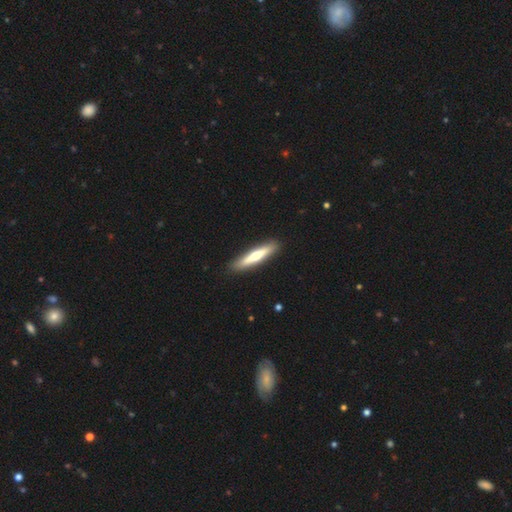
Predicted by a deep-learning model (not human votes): smooth 52%, featured or disk 44%, star or artifact 5%. Down the decision tree: how rounded — cigar-shaped (89%); merging — none (91%).